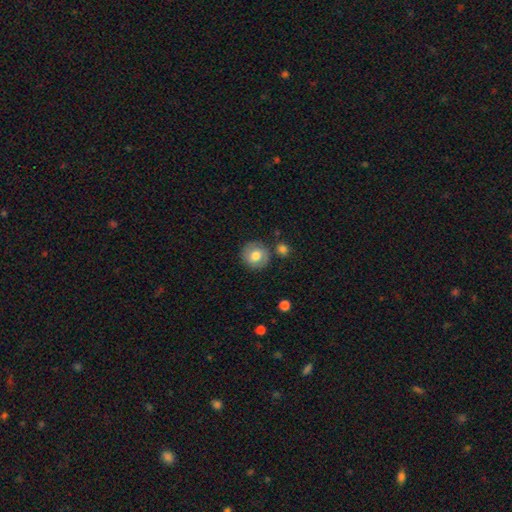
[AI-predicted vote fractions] A smooth galaxy with no disk features (71%) that is round (89%). Merging: none (81%).